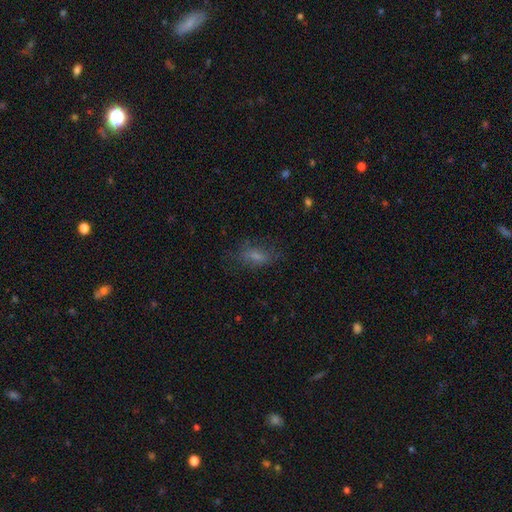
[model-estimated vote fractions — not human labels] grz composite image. It shows a smooth galaxy with no disk features (65%) that is in between round and cigar-shaped (74%). Merging: none (66%).